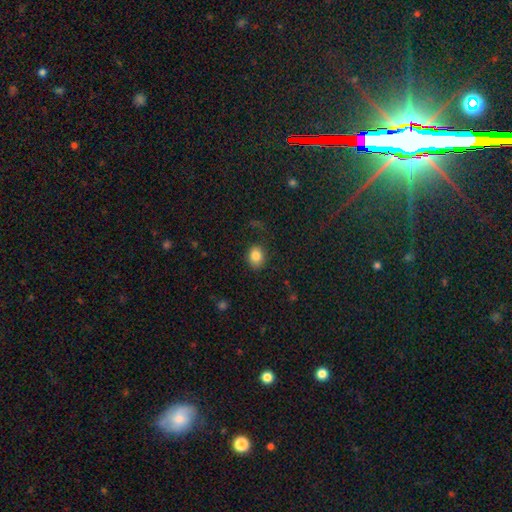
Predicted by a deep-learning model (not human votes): A smooth galaxy with no disk features (84%) that is round (52%). Merging: none (82%).